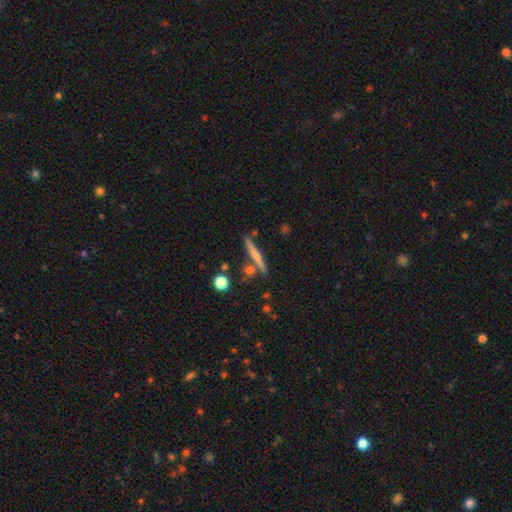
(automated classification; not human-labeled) smooth 51%, featured or disk 42%, star or artifact 7%. Down the decision tree: how rounded — cigar-shaped (92%); merging — none (79%).